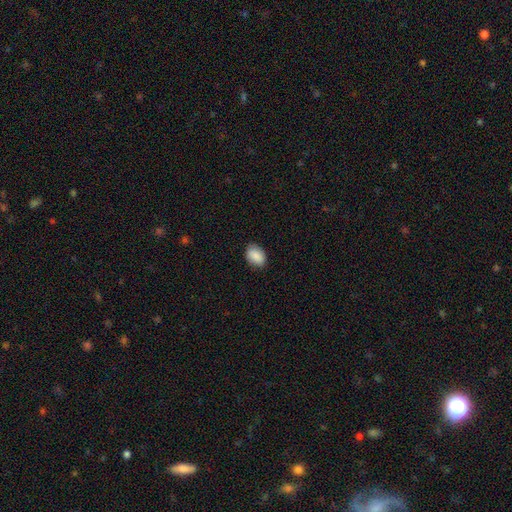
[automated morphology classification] This appears to be a smooth galaxy with no disk features (89%) that is in between round and cigar-shaped (83%). Merging: none (85%).